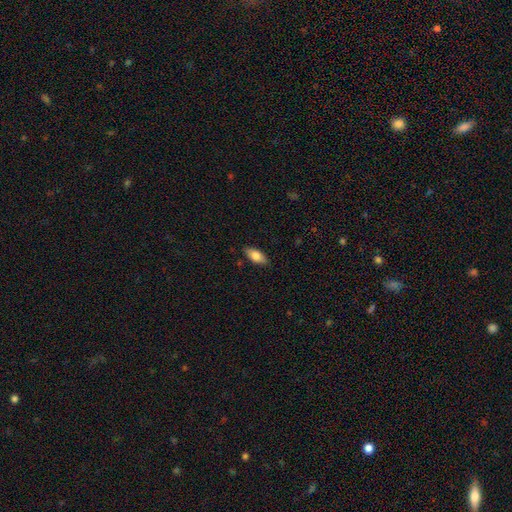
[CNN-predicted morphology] A smooth galaxy with no disk features (80%) that is in between round and cigar-shaped (86%).

Vote fractions:
- Smooth or featured? smooth: 80% / featured or disk: 13% / star or artifact: 7%
- How rounded? in between: 86% / cigar-shaped: 12% / round: 3%
- Merging? none: 86% / minor disturbance: 11% / major disturbance: 2% / merger: 1%